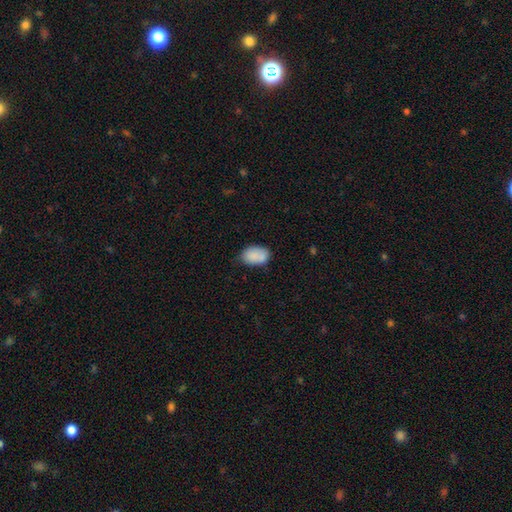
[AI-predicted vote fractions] Smooth or featured?
  - smooth: 85% *
  - star or artifact: 8%
  - featured or disk: 8%
How rounded?
  - in between: 86% *
  - round: 13%
  - cigar-shaped: 1%
Merging?
  - none: 63% *
  - minor disturbance: 25%
  - merger: 6%
  - major disturbance: 5%